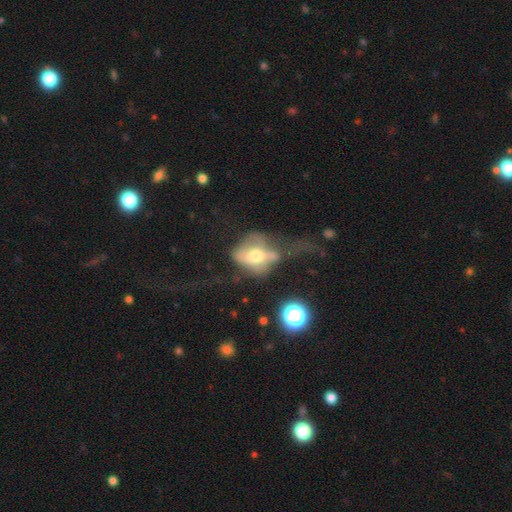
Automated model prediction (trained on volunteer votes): A featured or disk galaxy (53%). Merging: major disturbance (53%).